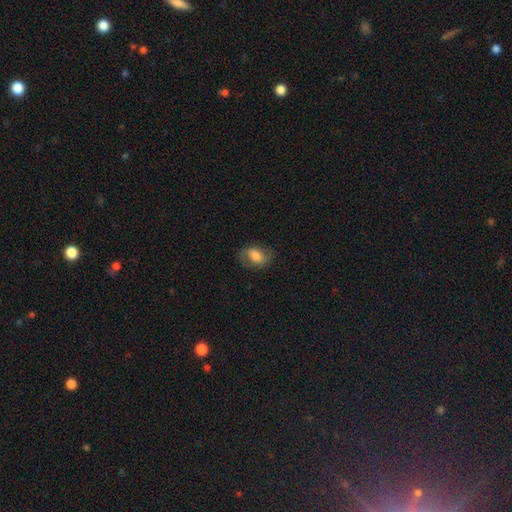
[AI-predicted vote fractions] A smooth galaxy with no disk features (61%) that is in between round and cigar-shaped (82%). Merging: none (72%).